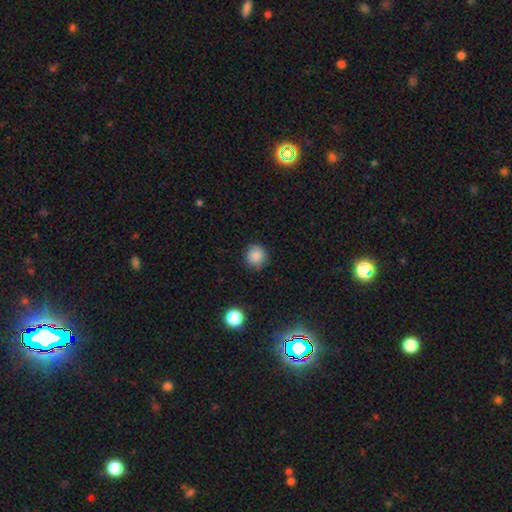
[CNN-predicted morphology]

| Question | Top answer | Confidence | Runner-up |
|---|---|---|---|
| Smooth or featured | smooth | 85% | star or artifact (10%) |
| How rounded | round | 92% | in between (7%) |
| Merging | none | 87% | minor disturbance (9%) |